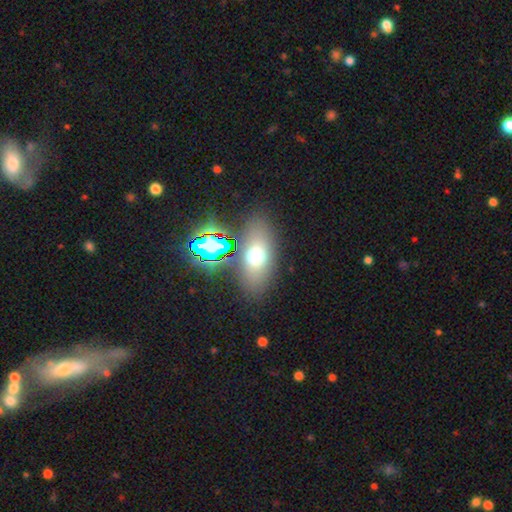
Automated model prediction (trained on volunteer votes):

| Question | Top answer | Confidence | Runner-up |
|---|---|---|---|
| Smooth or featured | smooth | 63% | featured or disk (20%) |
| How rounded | in between | 80% | round (12%) |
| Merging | none | 80% | minor disturbance (10%) |